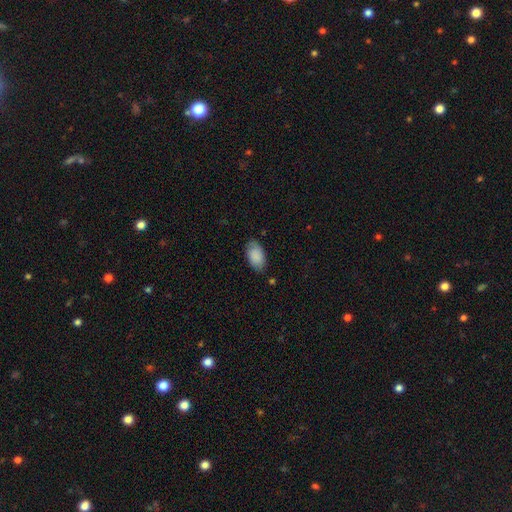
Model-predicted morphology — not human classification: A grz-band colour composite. It shows a smooth galaxy with no disk features (87%) that is in between round and cigar-shaped (94%). Merging: none (79%).